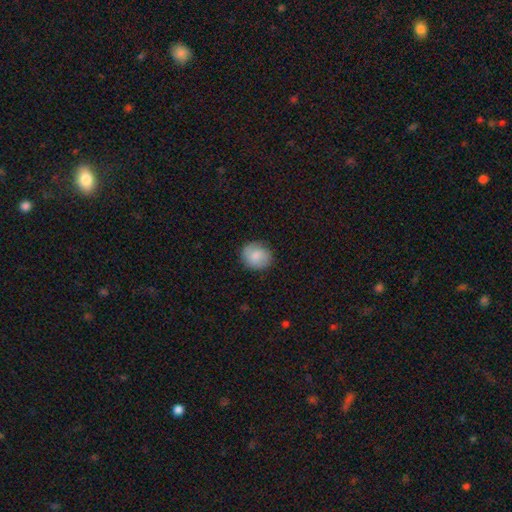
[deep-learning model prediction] This appears to be a smooth galaxy with no disk features (80%) that is round (77%). Merging: none (83%).